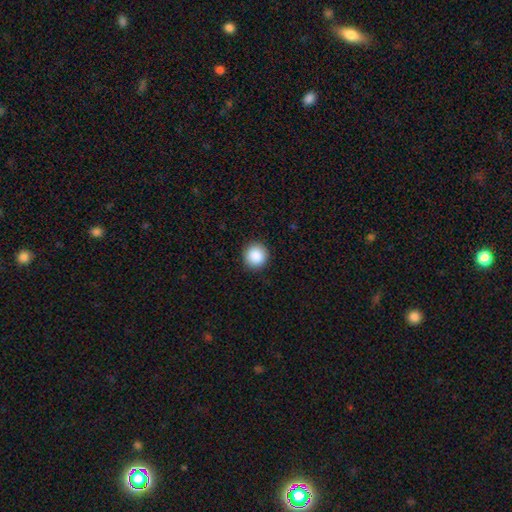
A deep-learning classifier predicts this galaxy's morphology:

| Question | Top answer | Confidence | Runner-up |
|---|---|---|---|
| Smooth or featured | smooth | 88% | star or artifact (8%) |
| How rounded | round | 94% | in between (5%) |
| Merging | none | 92% | minor disturbance (5%) |